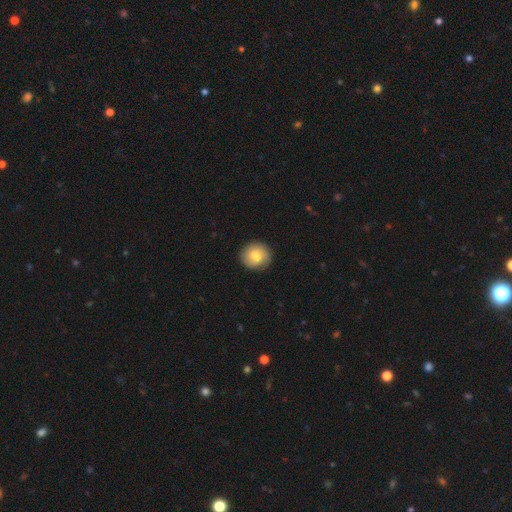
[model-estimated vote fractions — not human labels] Q: Smooth or featured?
A: smooth (75%); runner-up: featured or disk (18%)
Q: How rounded?
A: round (88%); runner-up: in between (11%)
Q: Merging?
A: none (88%); runner-up: minor disturbance (9%)